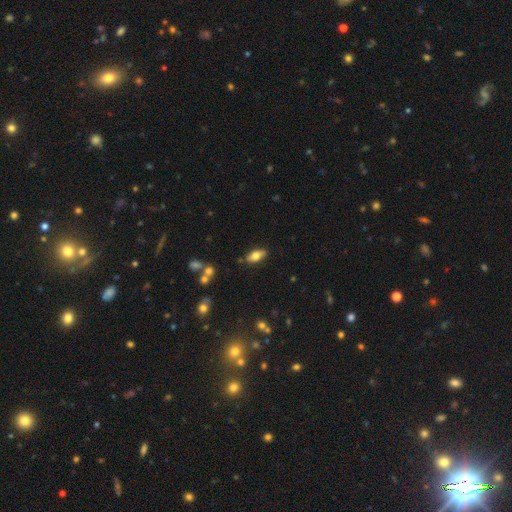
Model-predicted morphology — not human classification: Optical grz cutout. It shows a smooth galaxy with no disk features (75%) that is in between round and cigar-shaped (88%). Merging: none (83%).